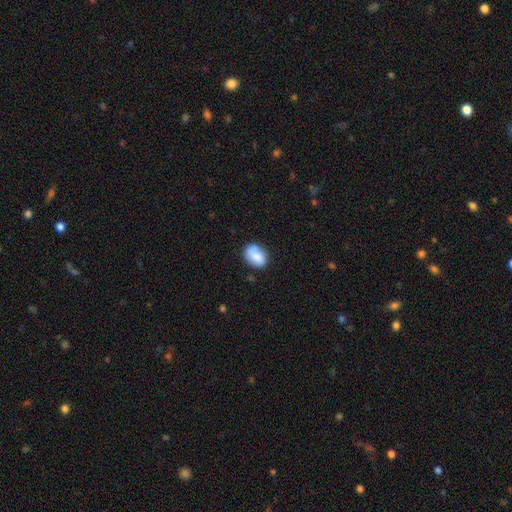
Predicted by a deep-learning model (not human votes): A smooth galaxy with no disk features (79%) that is in between round and cigar-shaped (72%).

Vote fractions:
- Smooth or featured? smooth: 79% / featured or disk: 14% / star or artifact: 7%
- How rounded? in between: 72% / round: 27% / cigar-shaped: 1%
- Merging? none: 74% / minor disturbance: 19% / major disturbance: 4% / merger: 3%